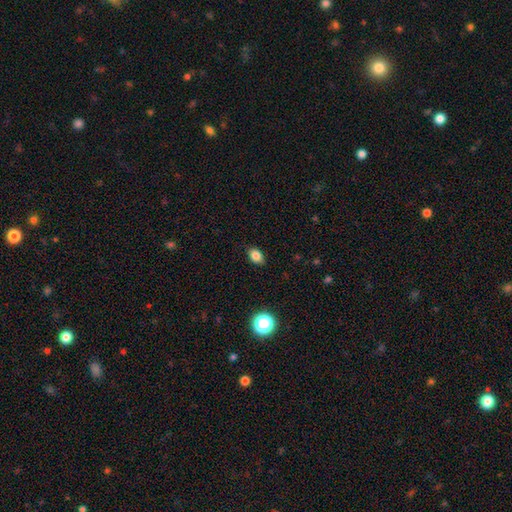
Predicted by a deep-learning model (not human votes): Overall: smooth (82%). How rounded: in between (81%). Merging: none (87%).